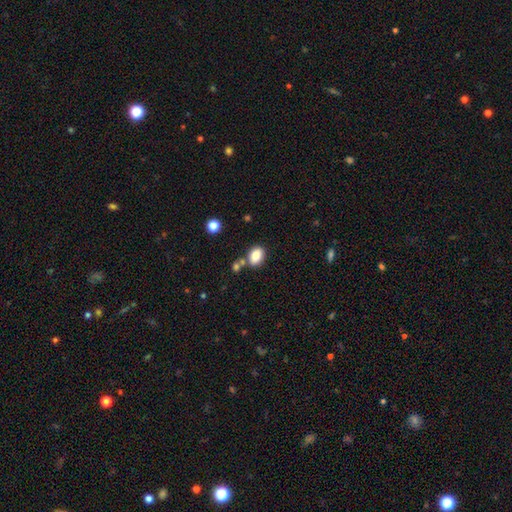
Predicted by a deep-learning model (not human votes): This is clearly a smooth galaxy (85%). How rounded: likely in between (79%). Merging: likely none (66%).